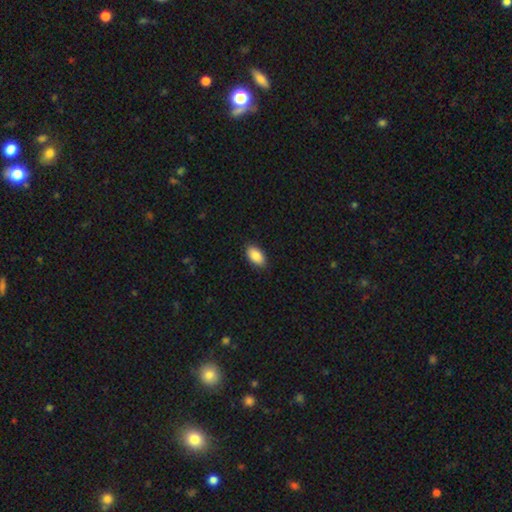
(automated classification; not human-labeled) This is clearly a smooth galaxy (88%). How rounded: clearly in between (94%). Merging: clearly none (88%).